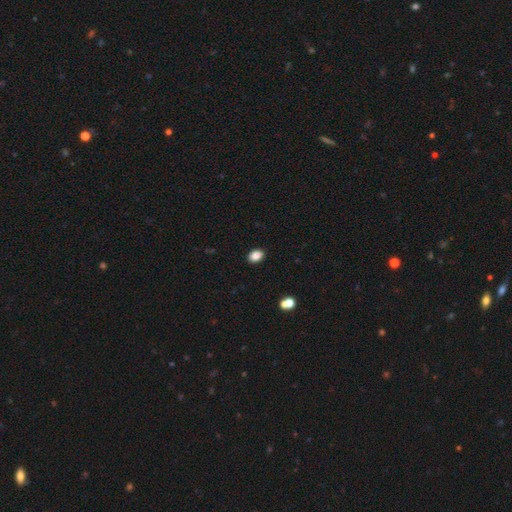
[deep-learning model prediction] This appears to be a smooth galaxy with no disk features (87%) that is in between round and cigar-shaped (76%). Merging: none (90%).